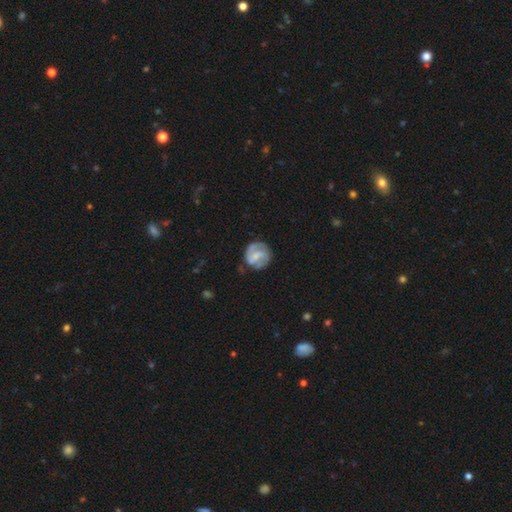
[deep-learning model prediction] smooth_or_featured: featured or disk (p=0.69) [alt: smooth p=0.25]
disk_edge_on: no (p=0.98) [alt: yes p=0.02]
bar: weak (p=0.50) [alt: no p=0.29]
has_spiral_arms: yes (p=0.86) [alt: no p=0.14]
spiral_winding: medium (p=0.45) [alt: tight p=0.37]
spiral_arm_count: 2 (p=0.67) [alt: can't tell p=0.15]
bulge_size: small (p=0.47) [alt: moderate p=0.29]
merging: none (p=0.68) [alt: minor disturbance p=0.20]